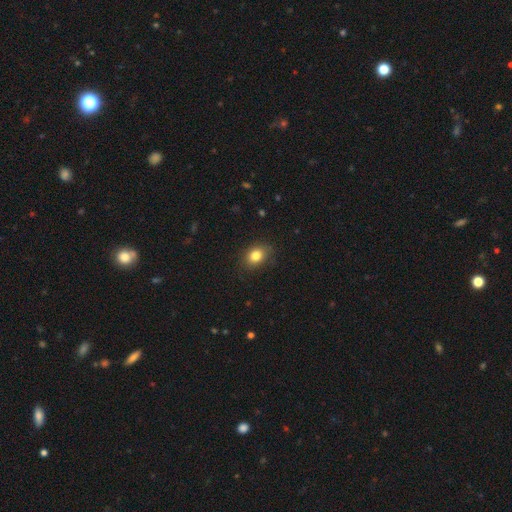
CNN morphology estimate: Q: Smooth or featured?
A: smooth (83%); runner-up: star or artifact (10%)
Q: How rounded?
A: in between (59%); runner-up: round (40%)
Q: Merging?
A: none (83%); runner-up: minor disturbance (13%)